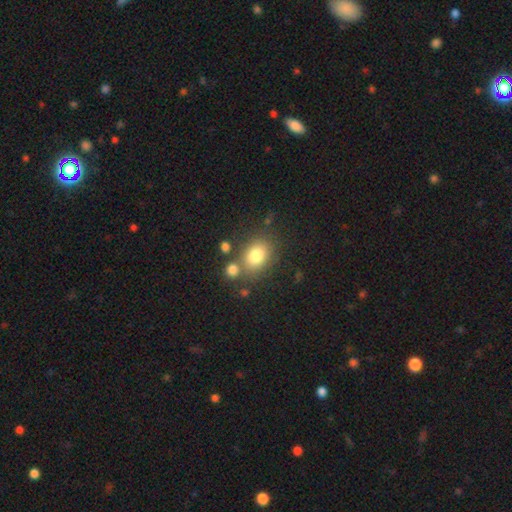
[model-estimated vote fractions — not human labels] Smooth or featured? smooth (79%)
How rounded? in between (60%)
Merging? none (67%)